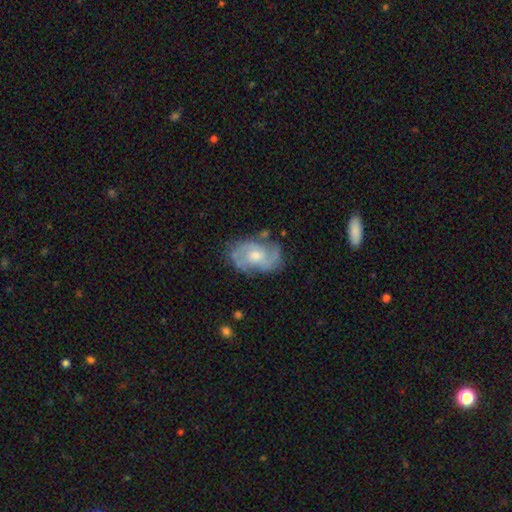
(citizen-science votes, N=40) smooth-or-featured: featured or disk: 90% | smooth: 8% | star or artifact: 2%
  disk-edge-on: no: 97% | yes: 3%
    bar: no: 54% | weak: 37% | strong: 9%
    has-spiral-arms: yes: 91% | no: 9%
      spiral-winding: medium: 41% | tight: 34% | loose: 25%
      spiral-arm-count: 2: 91% | 3: 6% | can't tell: 3% | 1: 0% | 4: 0% | more than 4: 0%
    bulge-size: moderate: 49% | small: 34% | large: 11% | none: 6% | dominant: 0%
  merging: none: 79% | minor disturbance: 10% | major disturbance: 8% | merger: 3%